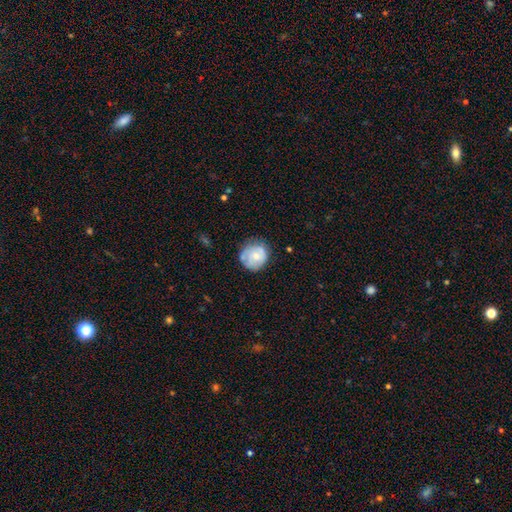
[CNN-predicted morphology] Smooth or featured? Predicted: smooth (p=0.53). How rounded? Predicted: round (p=0.83). Merging? Predicted: none (p=0.64).